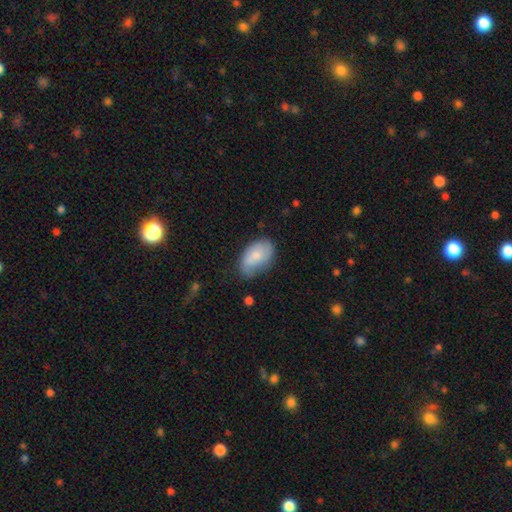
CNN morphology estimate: Overall: smooth (70%). How rounded: in between (92%). Merging: none (60%; minor disturbance 30%).